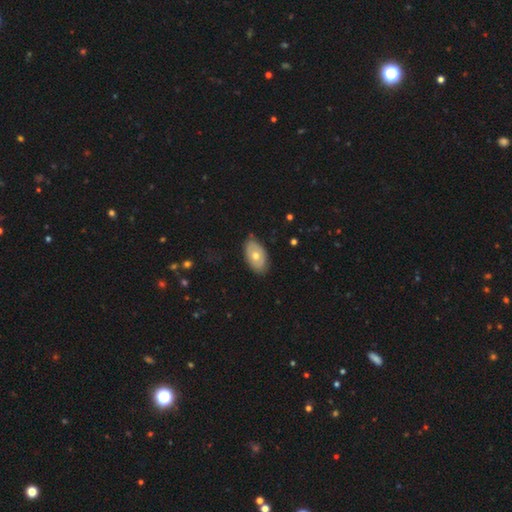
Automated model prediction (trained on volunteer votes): Smooth or featured? smooth (56%)
How rounded? in between (92%)
Merging? none (79%)